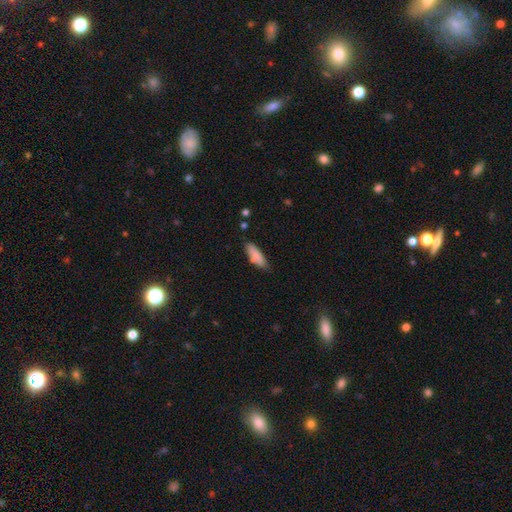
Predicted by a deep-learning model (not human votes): This is clearly a smooth galaxy (85%). How rounded: possibly in between (56%). Merging: likely none (72%).